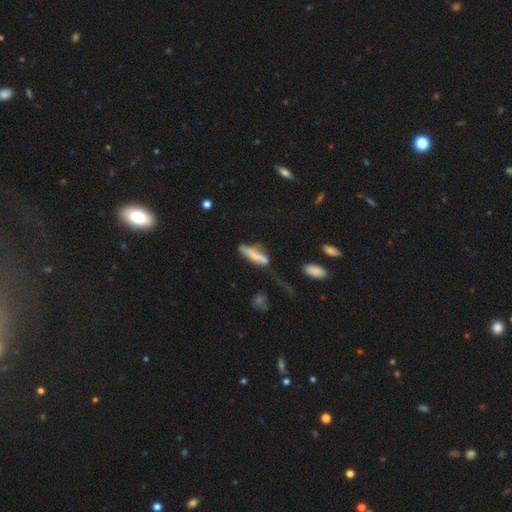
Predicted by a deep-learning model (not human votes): The model was most divided on "merging": none: 34%, minor disturbance: 27%, major disturbance: 26%, merger: 13%. More confident: how rounded — cigar-shaped (67%); smooth or featured — smooth (60%).